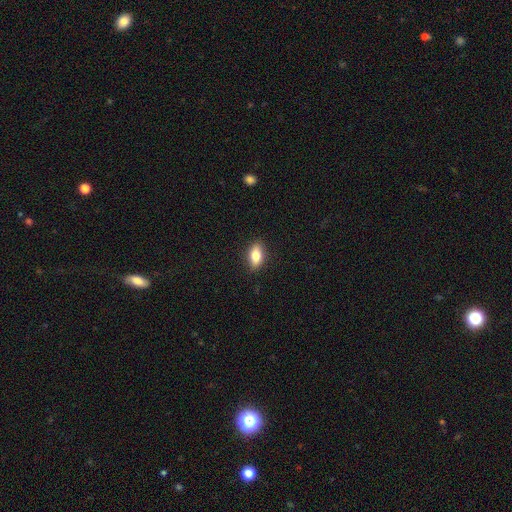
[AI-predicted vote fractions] smooth_or_featured: smooth (p=0.75) [alt: featured or disk p=0.17]
how_rounded: in between (p=0.83) [alt: cigar-shaped p=0.11]
merging: none (p=0.88) [alt: minor disturbance p=0.09]